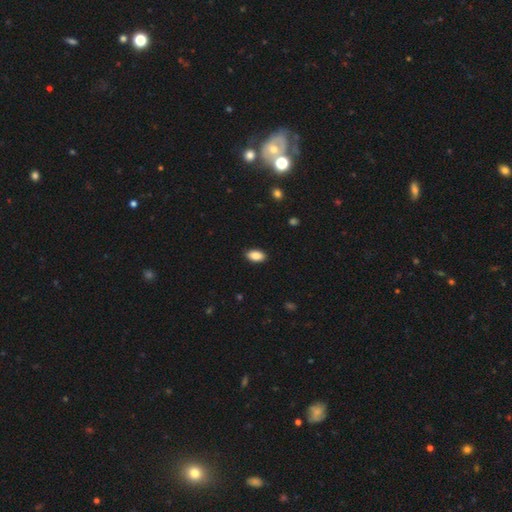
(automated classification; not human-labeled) Q: Smooth or featured?
A: smooth (87%); runner-up: star or artifact (7%)
Q: How rounded?
A: in between (93%); runner-up: round (4%)
Q: Merging?
A: none (89%); runner-up: minor disturbance (8%)